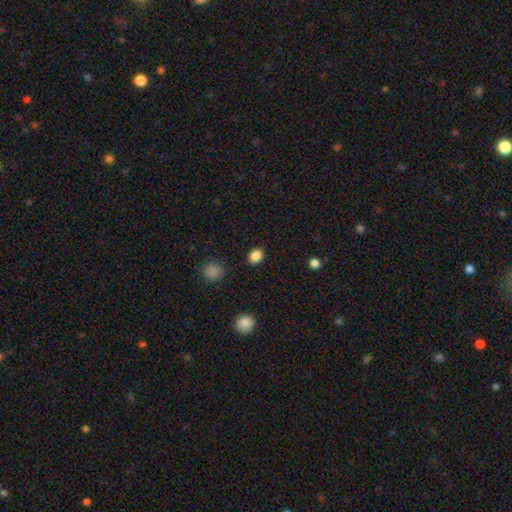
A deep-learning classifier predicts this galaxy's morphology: A smooth galaxy with no disk features (86%) that is in between round and cigar-shaped (56%). Merging: none (88%).